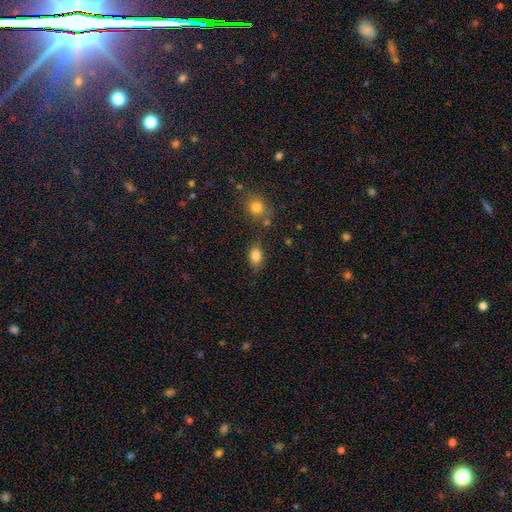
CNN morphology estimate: type=smooth (83%); roundness=in between (77%); merging=none (72%).